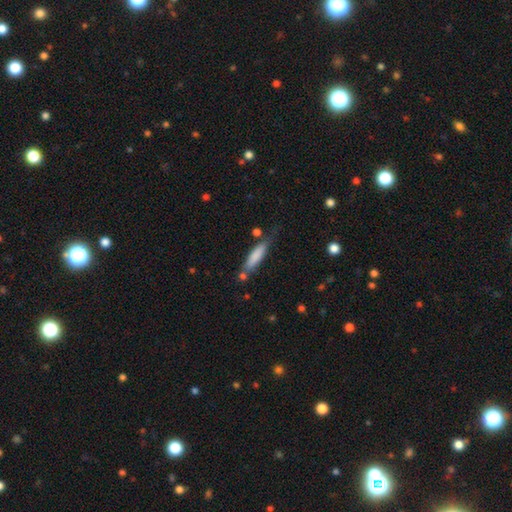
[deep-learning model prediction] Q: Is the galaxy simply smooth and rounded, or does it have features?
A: smooth — 80%.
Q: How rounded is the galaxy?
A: cigar-shaped — 72%.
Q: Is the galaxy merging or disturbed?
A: none — 60%.